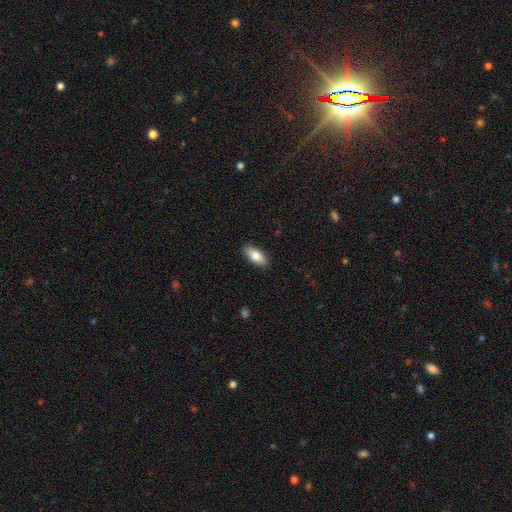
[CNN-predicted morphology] This is clearly a smooth galaxy (82%). How rounded: clearly in between (85%). Merging: clearly none (89%).